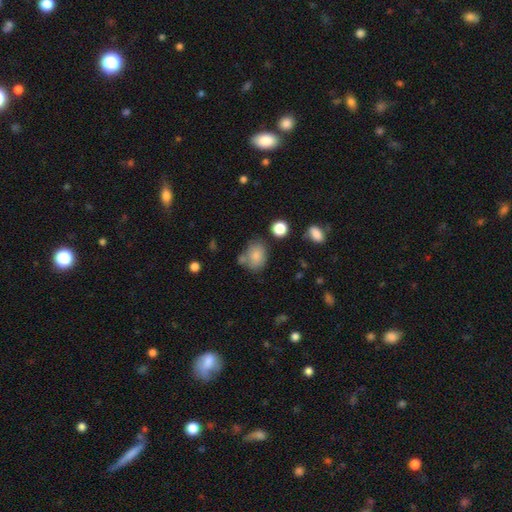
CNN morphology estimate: The model was most divided on "how rounded": in between: 66%, round: 33%, cigar-shaped: 1%. More confident: smooth or featured — smooth (81%); merging — none (55%).